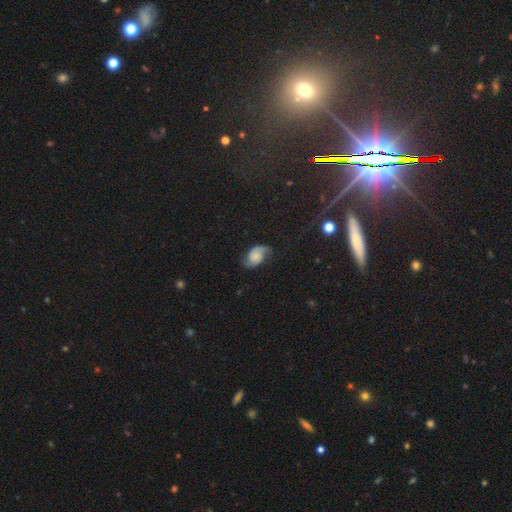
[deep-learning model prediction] Smooth or featured? featured or disk (66%)
Edge-on disk? no (97%)
Bar? no (72%)
Spiral arms? yes (94%)
Spiral winding? medium (43%)
Spiral arm count? 2 (89%)
Bulge size? small (39%)
Merging? none (68%)